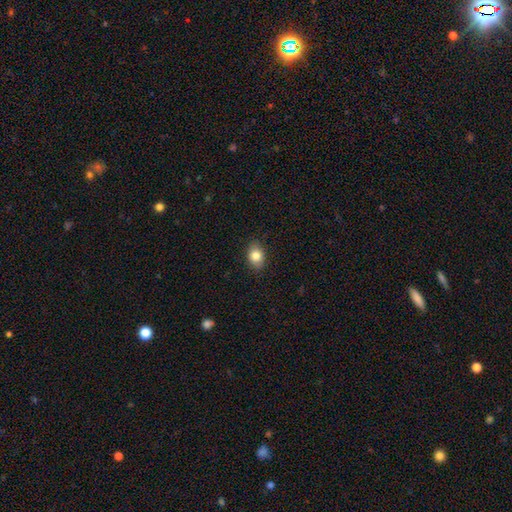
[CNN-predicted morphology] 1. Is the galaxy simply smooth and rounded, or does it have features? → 83% smooth, 9% star or artifact, 8% featured or disk.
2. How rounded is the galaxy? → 71% in between, 28% round, 1% cigar-shaped.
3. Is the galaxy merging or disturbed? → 88% none, 9% minor disturbance, 2% major disturbance, 1% merger.